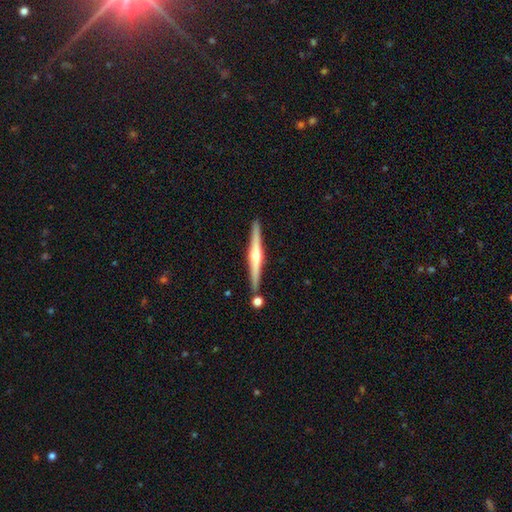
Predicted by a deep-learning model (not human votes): Morphology: type=featured or disk (77%); edge-on=yes (98%); edge-on bulge=rounded (89%); merging=none (87%).